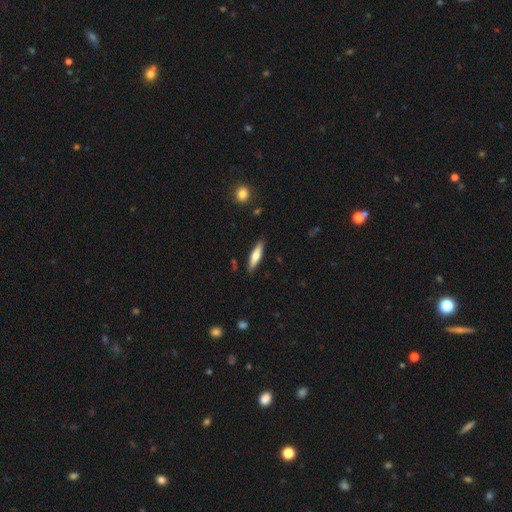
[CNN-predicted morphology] Smooth or featured?
  - smooth: 63% *
  - featured or disk: 32%
  - star or artifact: 6%
How rounded?
  - cigar-shaped: 77% *
  - in between: 22%
  - round: 2%
Merging?
  - none: 88% *
  - minor disturbance: 9%
  - major disturbance: 2%
  - merger: 1%